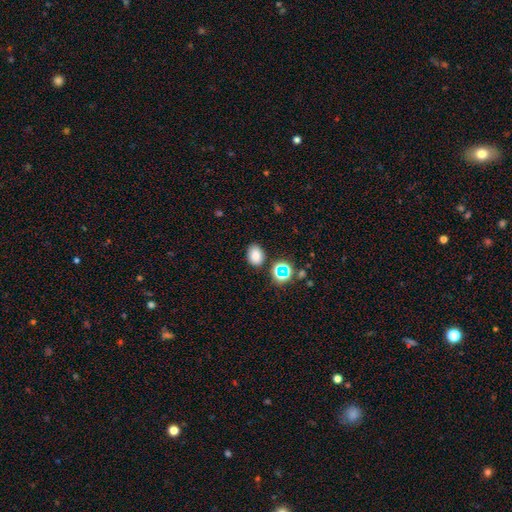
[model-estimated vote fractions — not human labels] smooth_or_featured: smooth (p=0.78) [alt: star or artifact p=0.15]
how_rounded: in between (p=0.66) [alt: round p=0.33]
merging: none (p=0.81) [alt: minor disturbance p=0.11]